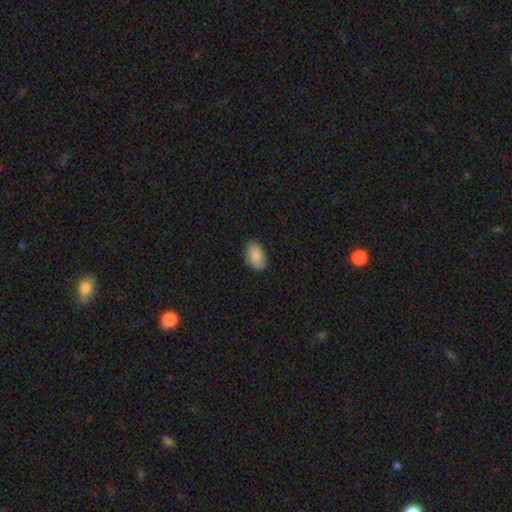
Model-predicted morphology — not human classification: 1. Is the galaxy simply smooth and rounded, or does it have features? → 88% smooth, 6% star or artifact, 6% featured or disk.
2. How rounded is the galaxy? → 91% in between, 8% round, 1% cigar-shaped.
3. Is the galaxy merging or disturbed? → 83% none, 14% minor disturbance, 3% major disturbance, 1% merger.